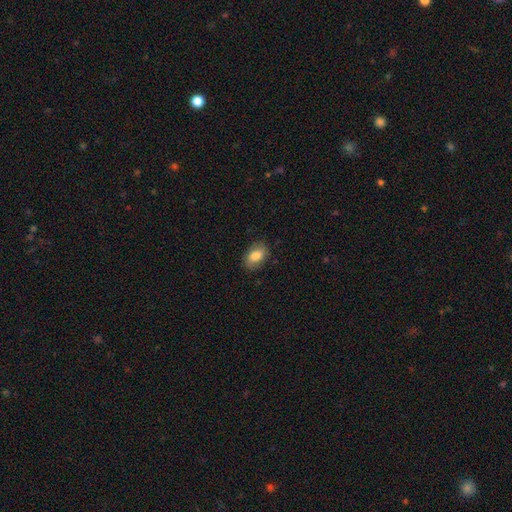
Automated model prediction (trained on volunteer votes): A smooth galaxy with no disk features (81%) that is in between round and cigar-shaped (86%). Merging: none (82%).